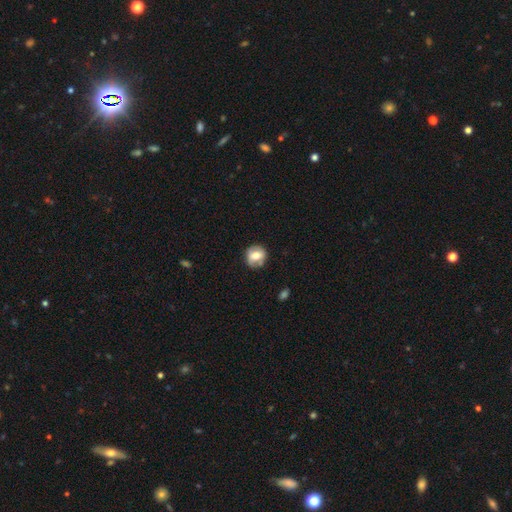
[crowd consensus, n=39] Volunteers were most divided on "smooth or featured": smooth: 56%, featured or disk: 31%, star or artifact: 13%. More confident: how rounded — round (77%); merging — none (59%).